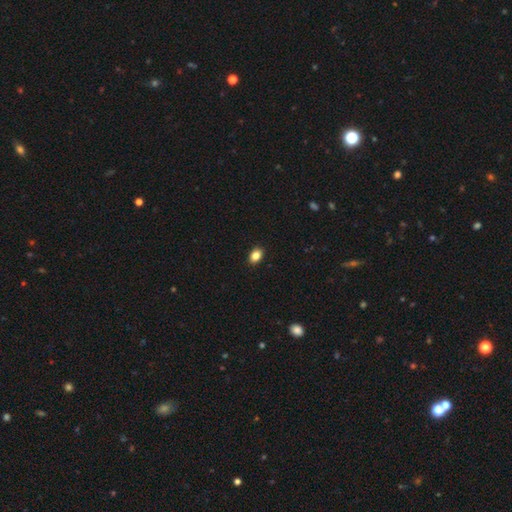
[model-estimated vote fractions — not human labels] This is clearly a smooth galaxy (85%). How rounded: likely in between (77%). Merging: clearly none (91%).